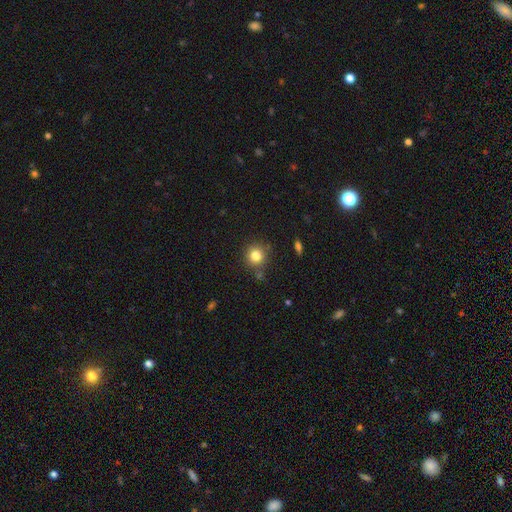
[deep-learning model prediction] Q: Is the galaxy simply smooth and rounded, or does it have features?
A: smooth — 82%.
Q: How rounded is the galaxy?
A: round — 91%.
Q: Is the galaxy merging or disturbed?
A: none — 80%.